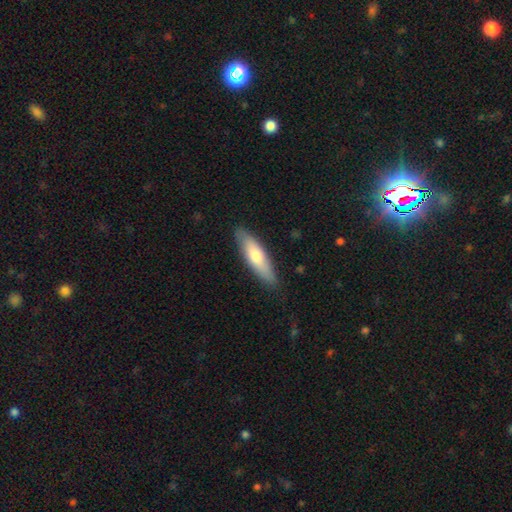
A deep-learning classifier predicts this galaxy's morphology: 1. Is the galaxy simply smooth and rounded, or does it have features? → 66% smooth, 28% featured or disk, 5% star or artifact.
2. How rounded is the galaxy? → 63% cigar-shaped, 35% in between, 2% round.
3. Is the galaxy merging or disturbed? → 86% none, 11% minor disturbance, 2% major disturbance, 1% merger.